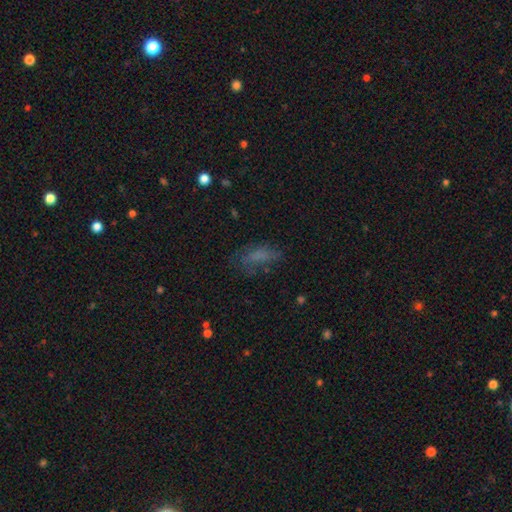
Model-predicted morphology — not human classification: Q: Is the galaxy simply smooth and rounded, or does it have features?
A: smooth — 53%.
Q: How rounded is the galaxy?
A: in between — 75%.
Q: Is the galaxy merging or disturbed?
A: none — 61%.